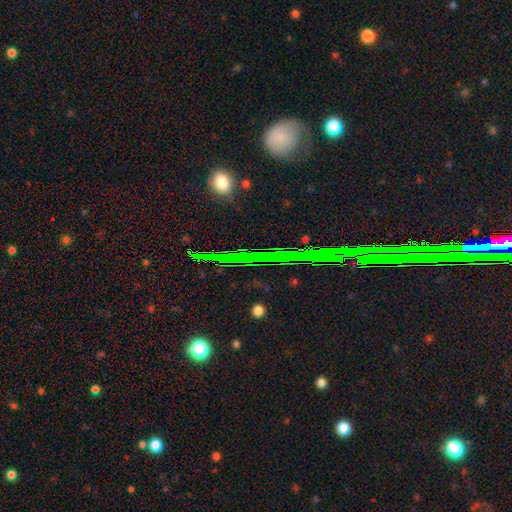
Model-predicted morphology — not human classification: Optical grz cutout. It shows a star or artifact, not a galaxy (64%).